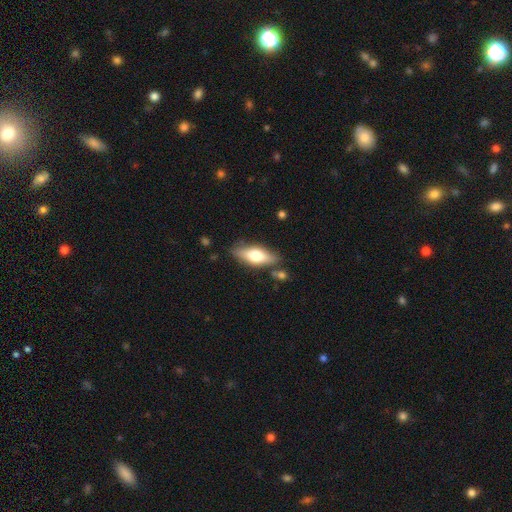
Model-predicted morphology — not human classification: smooth 59%, featured or disk 34%, star or artifact 6%. Down the decision tree: how rounded — in between (68%); merging — none (79%).